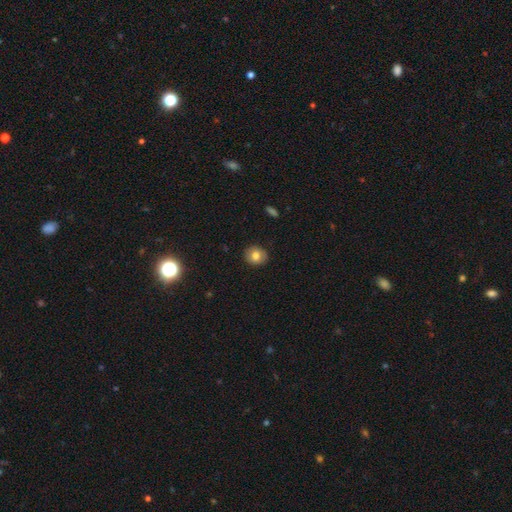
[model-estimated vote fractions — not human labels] Smooth or featured: smooth — 77% (featured or disk — 13%)
How rounded: round — 80% (in between — 19%)
Merging: none — 90% (minor disturbance — 8%)